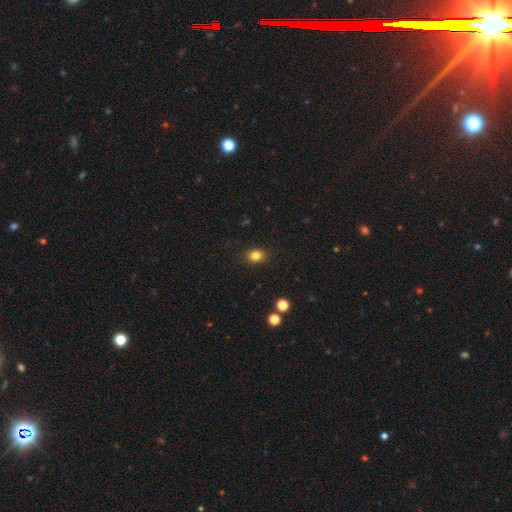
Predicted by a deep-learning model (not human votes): Q: Smooth or featured?
A: smooth (82%); runner-up: star or artifact (12%)
Q: How rounded?
A: in between (51%); runner-up: round (48%)
Q: Merging?
A: none (87%); runner-up: minor disturbance (9%)